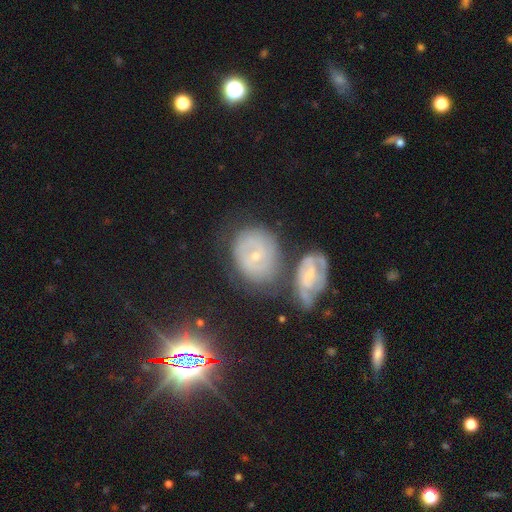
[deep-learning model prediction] This appears to be a featured or disk galaxy (59%) with no bar (63%), spiral arms (74%) and a small central bulge (70%). Merging: none (57%).